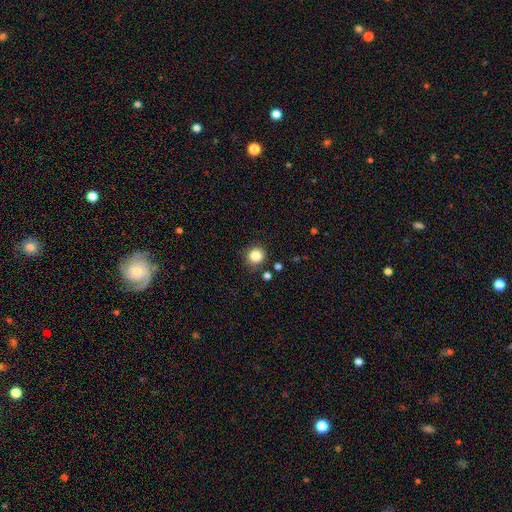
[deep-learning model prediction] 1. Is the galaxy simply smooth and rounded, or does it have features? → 84% smooth, 11% star or artifact, 5% featured or disk.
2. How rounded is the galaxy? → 92% round, 7% in between, 1% cigar-shaped.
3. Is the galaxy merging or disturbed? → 86% none, 8% minor disturbance, 3% merger, 2% major disturbance.